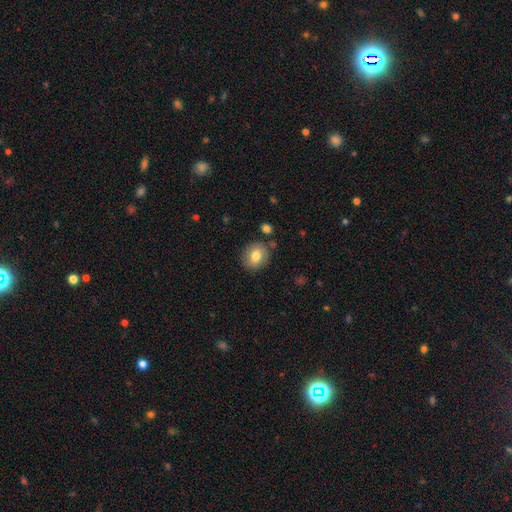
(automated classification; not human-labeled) Smooth or featured? Predicted: smooth (p=0.79). How rounded? Predicted: round (p=0.69). Merging? Predicted: none (p=0.83).